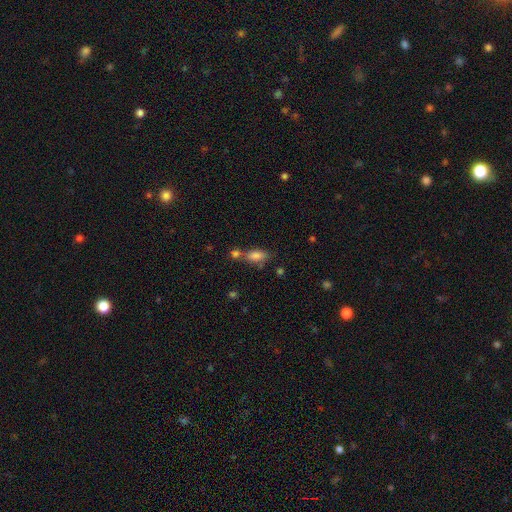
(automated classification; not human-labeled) A smooth galaxy with no disk features (80%) that is in between round and cigar-shaped (83%). Merging: none (50%).